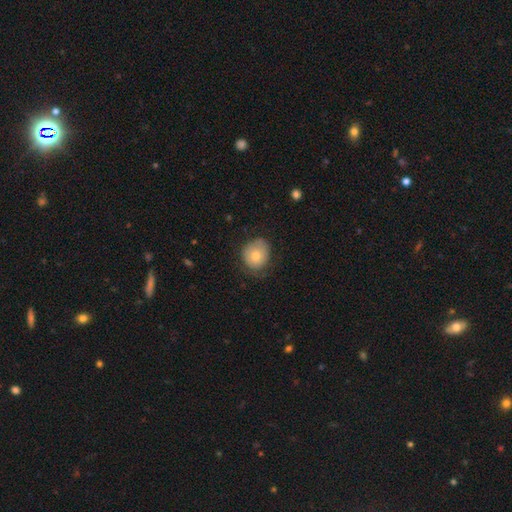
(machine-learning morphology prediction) A smooth galaxy with no disk features (74%) that is round (75%). Merging: none (62%).